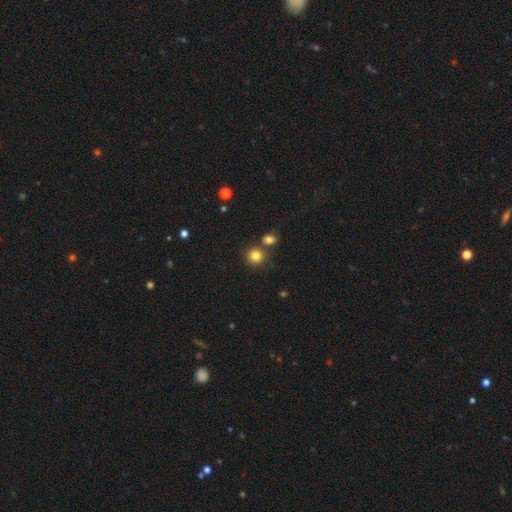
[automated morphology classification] Q: Smooth or featured?
A: smooth (82%); runner-up: star or artifact (12%)
Q: How rounded?
A: round (89%); runner-up: in between (10%)
Q: Merging?
A: none (71%); runner-up: merger (19%)